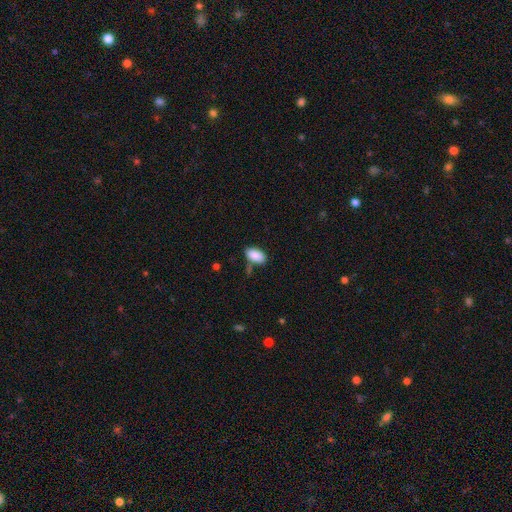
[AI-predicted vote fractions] Smooth or featured: smooth — 89% (star or artifact — 7%)
How rounded: in between — 94% (round — 3%)
Merging: none — 70% (minor disturbance — 17%)